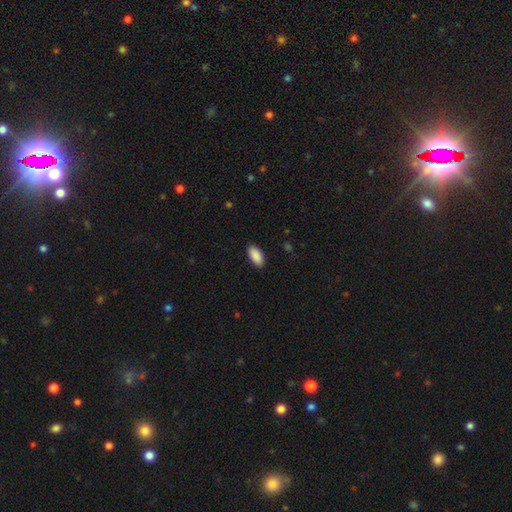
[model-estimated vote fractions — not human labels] Smooth or featured? smooth (91%)
How rounded? in between (94%)
Merging? none (89%)